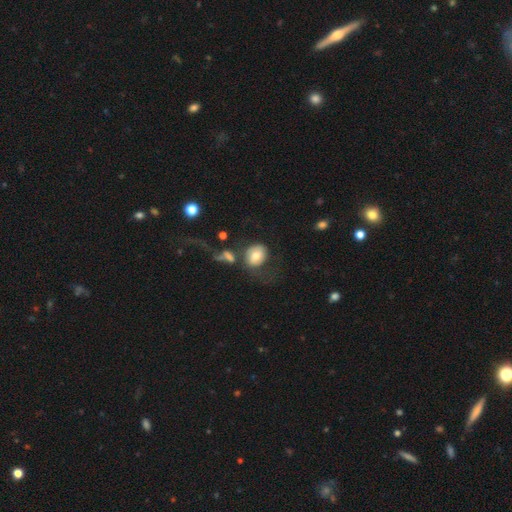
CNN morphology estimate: Overall: smooth (64%; featured or disk 28%). How rounded: round (51%; in between 48%). Merging: none (33%; major disturbance 29%).